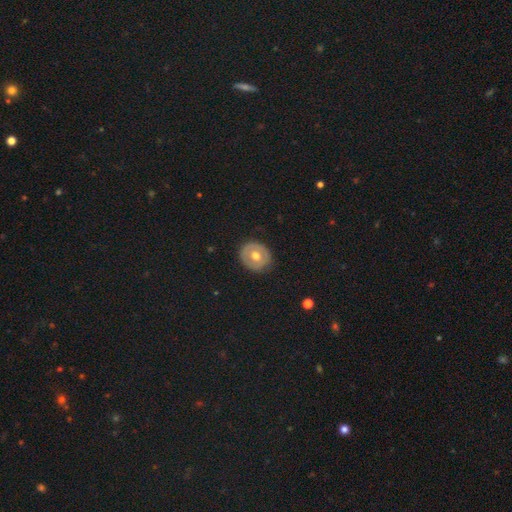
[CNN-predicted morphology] Smooth or featured? Predicted: smooth (p=0.52). How rounded? Predicted: round (p=0.83). Merging? Predicted: none (p=0.88).